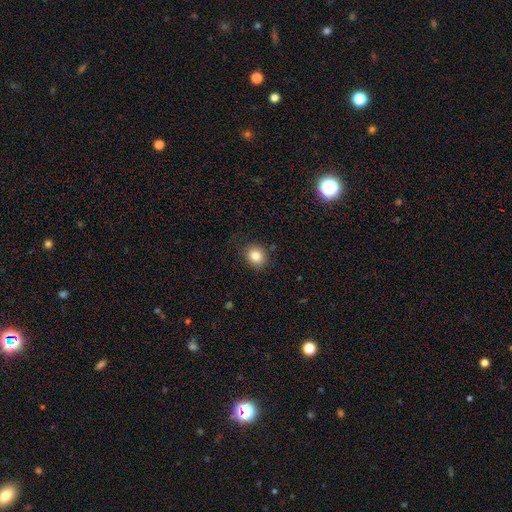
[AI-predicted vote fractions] Q: Smooth or featured?
A: smooth (83%); runner-up: star or artifact (10%)
Q: How rounded?
A: round (64%); runner-up: in between (35%)
Q: Merging?
A: none (85%); runner-up: minor disturbance (11%)